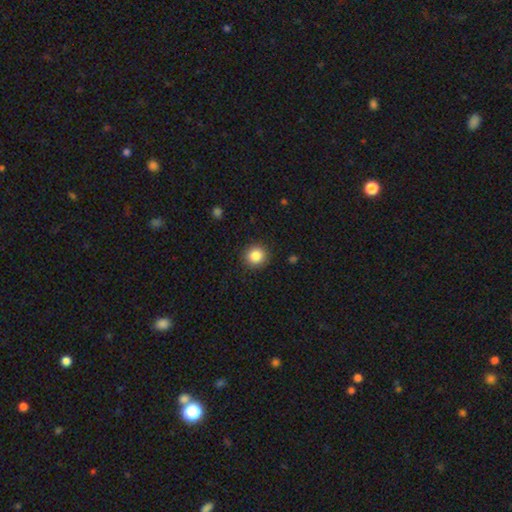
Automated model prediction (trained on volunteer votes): smooth-or-featured: smooth: 86% | star or artifact: 9% | featured or disk: 5%
  how-rounded: round: 92% | in between: 7% | cigar-shaped: 1%
  merging: none: 91% | minor disturbance: 6% | major disturbance: 2% | merger: 1%